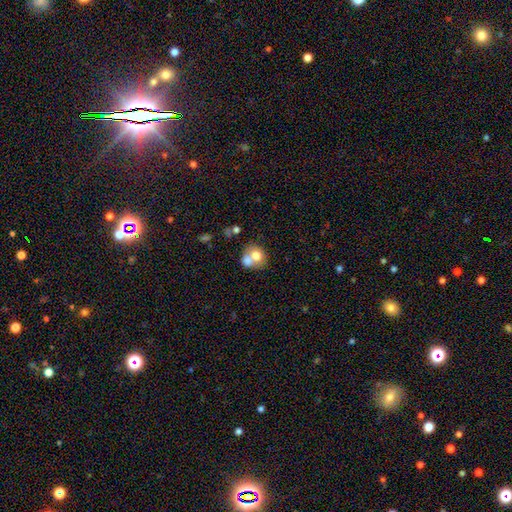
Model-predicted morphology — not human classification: This is likely a smooth galaxy (70%). How rounded: likely round (66%). Merging: possibly merger (58%).